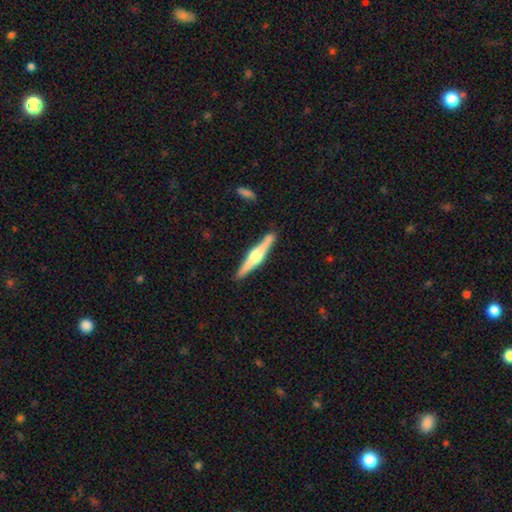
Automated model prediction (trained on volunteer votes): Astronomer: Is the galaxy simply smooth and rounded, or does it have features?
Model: featured or disk — 76%.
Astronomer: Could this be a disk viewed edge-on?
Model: yes — 98%.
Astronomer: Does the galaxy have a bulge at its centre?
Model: rounded — 87%.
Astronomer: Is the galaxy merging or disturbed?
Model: none — 88%.